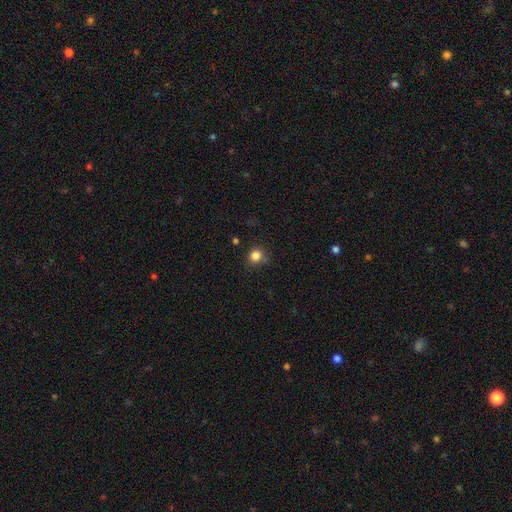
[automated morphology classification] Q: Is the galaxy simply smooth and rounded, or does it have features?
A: smooth — 83%.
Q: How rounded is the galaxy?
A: round — 91%.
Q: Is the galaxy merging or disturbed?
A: none — 80%.